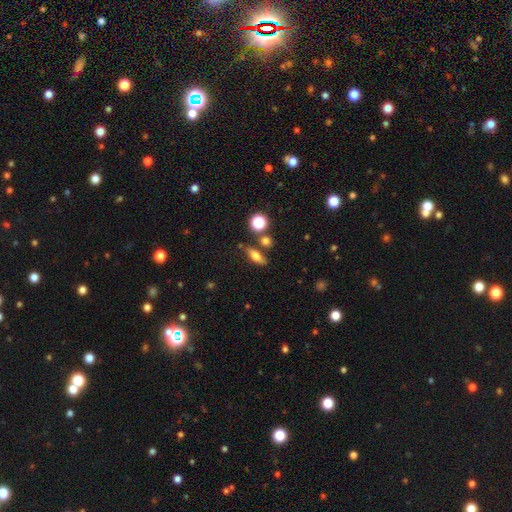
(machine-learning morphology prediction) Smooth or featured? Predicted: smooth (p=0.60). How rounded? Predicted: in between (p=0.57). Merging? Predicted: none (p=0.74).